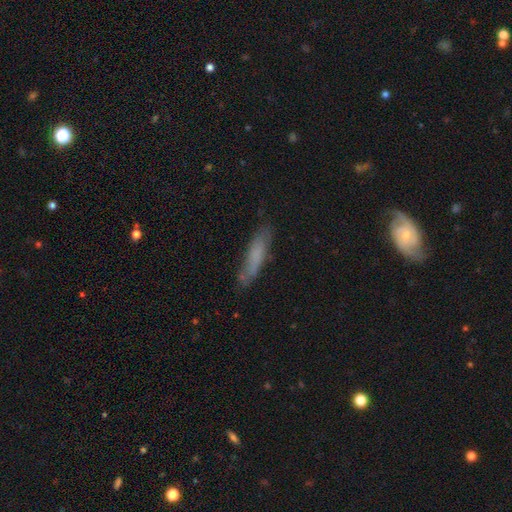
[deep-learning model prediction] smooth 69%, featured or disk 23%, star or artifact 8%. Down the decision tree: how rounded — cigar-shaped (80%); merging — none (72%).